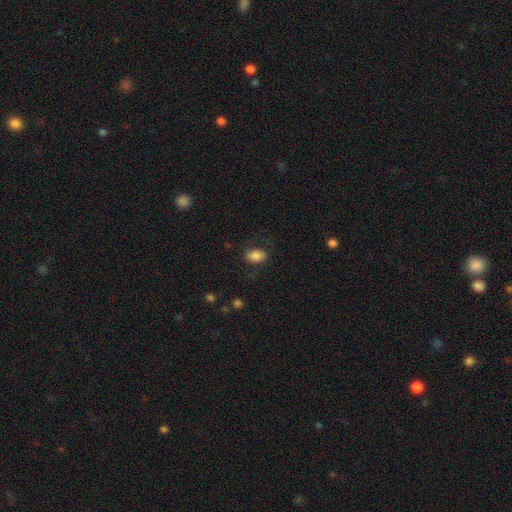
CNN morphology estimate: A smooth galaxy with no disk features (80%) that is in between round and cigar-shaped (85%).

Vote fractions:
- Smooth or featured? smooth: 80% / featured or disk: 12% / star or artifact: 8%
- How rounded? in between: 85% / round: 13% / cigar-shaped: 1%
- Merging? none: 75% / minor disturbance: 15% / major disturbance: 8% / merger: 1%